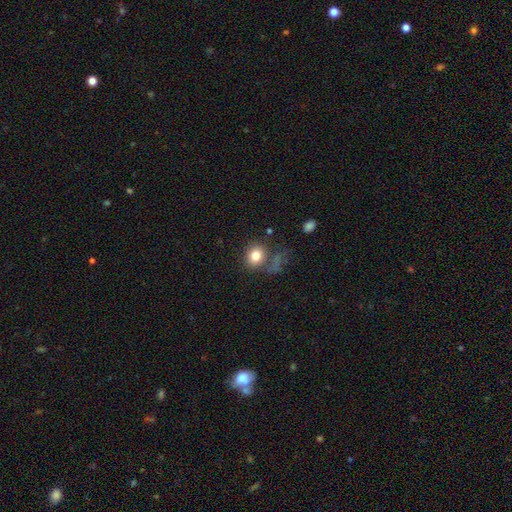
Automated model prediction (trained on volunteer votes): A smooth galaxy with no disk features (80%) that is round (73%).

Vote fractions:
- Smooth or featured? smooth: 80% / star or artifact: 11% / featured or disk: 9%
- How rounded? round: 73% / in between: 26% / cigar-shaped: 1%
- Merging? none: 64% / minor disturbance: 16% / major disturbance: 11% / merger: 9%